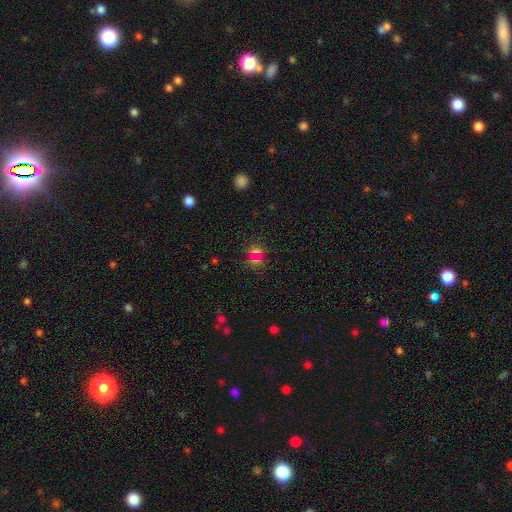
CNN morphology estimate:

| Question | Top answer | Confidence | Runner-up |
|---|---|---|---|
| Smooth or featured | smooth | 47% | star or artifact (43%) |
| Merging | none | 71% | minor disturbance (12%) |